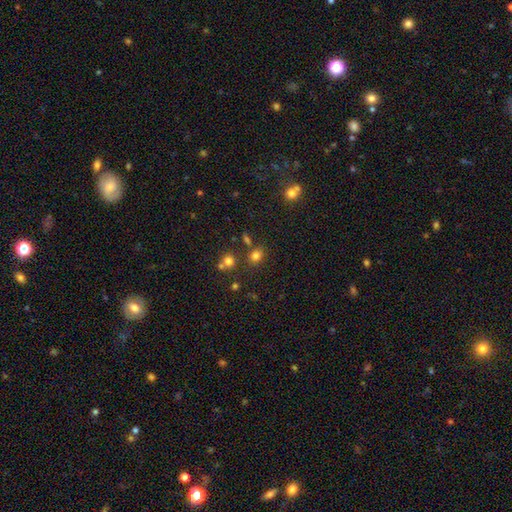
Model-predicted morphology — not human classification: Q: Smooth or featured?
A: smooth (76%); runner-up: star or artifact (17%)
Q: How rounded?
A: round (61%); runner-up: in between (38%)
Q: Merging?
A: none (74%); runner-up: minor disturbance (11%)